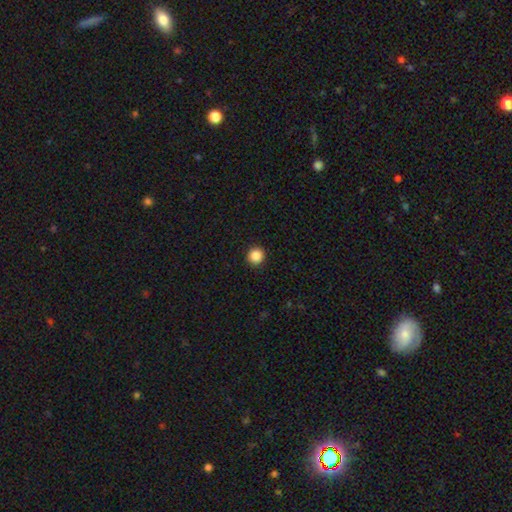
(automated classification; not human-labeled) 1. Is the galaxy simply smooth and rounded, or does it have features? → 87% smooth, 10% star or artifact, 3% featured or disk.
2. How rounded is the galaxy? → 96% round, 3% in between, 1% cigar-shaped.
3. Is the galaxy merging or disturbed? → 94% none, 4% minor disturbance, 1% major disturbance, 1% merger.